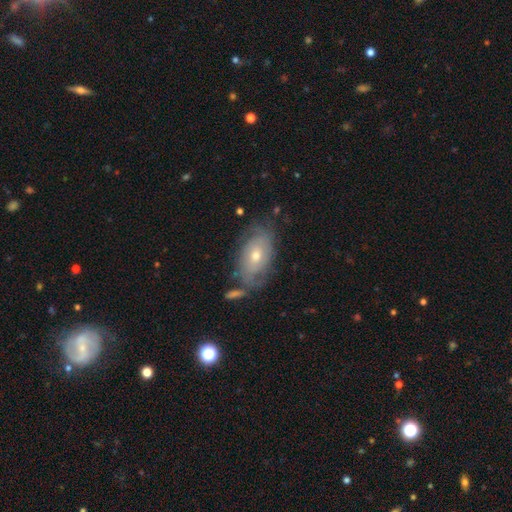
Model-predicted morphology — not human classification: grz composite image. It shows a featured or disk galaxy (60%) with no bar (79%), spiral arms (71%) and a moderate central bulge (55%). Merging: none (65%).